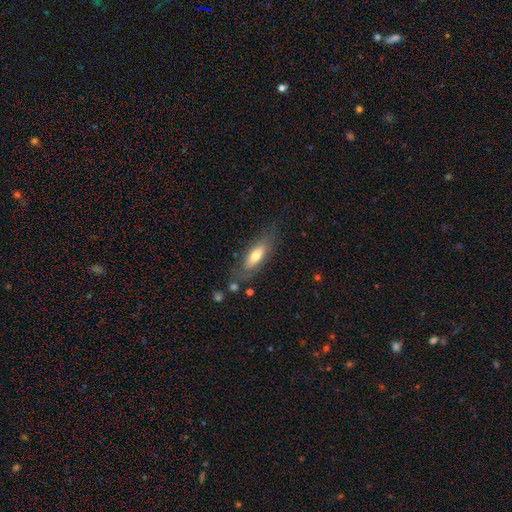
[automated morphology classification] A smooth galaxy with no disk features (60%) that is in between round and cigar-shaped (64%).

Vote fractions:
- Smooth or featured? smooth: 60% / featured or disk: 34% / star or artifact: 6%
- How rounded? in between: 64% / cigar-shaped: 34% / round: 2%
- Merging? none: 71% / minor disturbance: 18% / major disturbance: 8% / merger: 3%